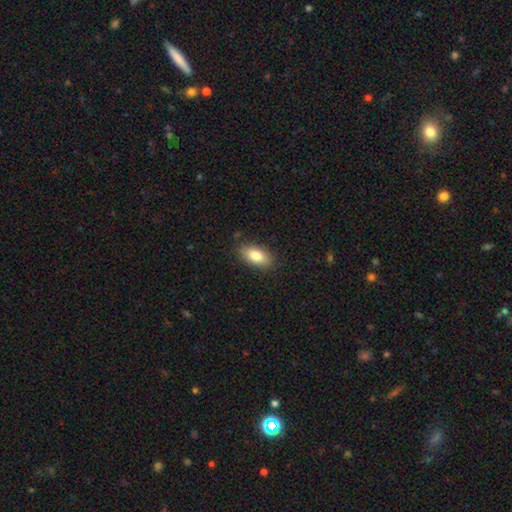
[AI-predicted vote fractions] A smooth galaxy with no disk features (81%) that is in between round and cigar-shaped (89%). Merging: none (85%).